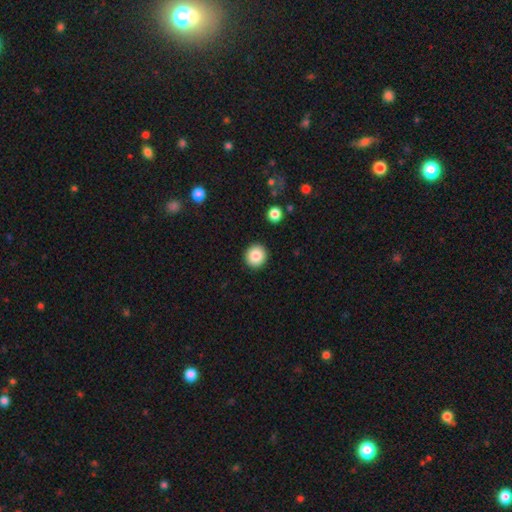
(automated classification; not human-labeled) Smooth or featured: smooth — 86% (star or artifact — 9%)
How rounded: round — 91% (in between — 8%)
Merging: none — 92% (minor disturbance — 5%)